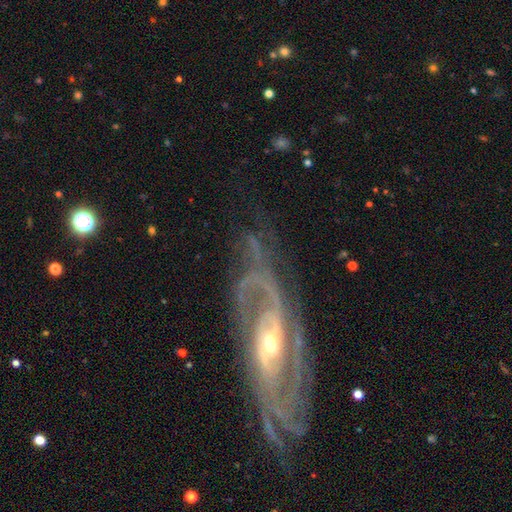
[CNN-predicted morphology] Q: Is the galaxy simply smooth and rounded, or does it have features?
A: featured or disk — 88%.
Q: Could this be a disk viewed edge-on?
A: no — 92%.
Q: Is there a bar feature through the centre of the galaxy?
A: no — 43%.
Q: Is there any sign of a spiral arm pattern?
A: yes — 95%.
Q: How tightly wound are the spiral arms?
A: tight — 46%.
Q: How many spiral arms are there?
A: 2 — 54%.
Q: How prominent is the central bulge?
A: small — 49%.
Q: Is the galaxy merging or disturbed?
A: none — 65%.